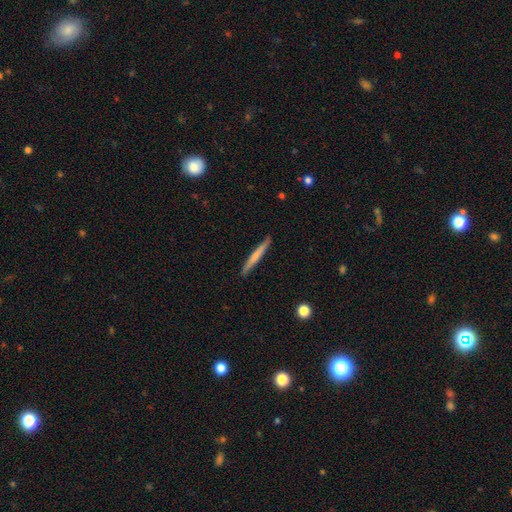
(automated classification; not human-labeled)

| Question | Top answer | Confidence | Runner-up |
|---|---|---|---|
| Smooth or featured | smooth | 59% | featured or disk (35%) |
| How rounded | cigar-shaped | 96% | in between (2%) |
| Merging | none | 90% | minor disturbance (7%) |